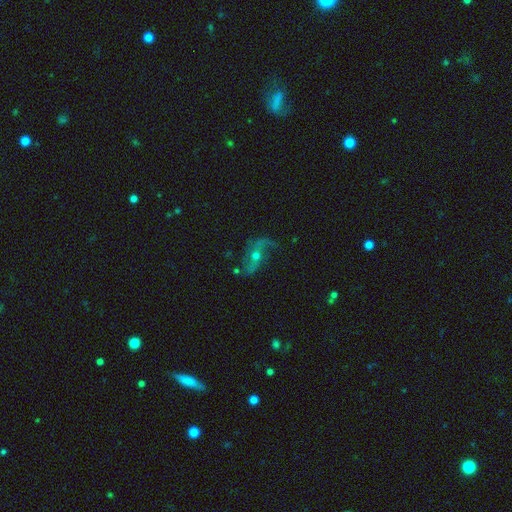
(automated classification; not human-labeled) smooth-or-featured: featured or disk: 78% | smooth: 11% | star or artifact: 11%
  disk-edge-on: no: 93% | yes: 7%
    bar: no: 58% | weak: 28% | strong: 14%
    has-spiral-arms: yes: 90% | no: 10%
      spiral-winding: loose: 77% | medium: 18% | tight: 6%
      spiral-arm-count: 2: 83% | 1: 7% | can't tell: 5% | 3: 2% | 4: 1% | more than 4: 1%
    bulge-size: moderate: 53% | small: 41% | large: 3% | none: 2% | dominant: 1%
  merging: none: 62% | minor disturbance: 20% | major disturbance: 15% | merger: 3%